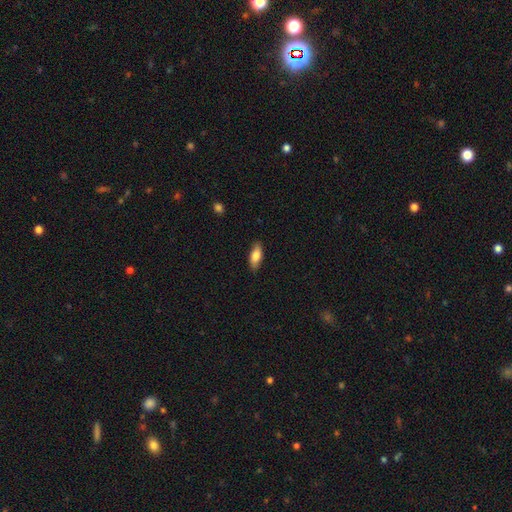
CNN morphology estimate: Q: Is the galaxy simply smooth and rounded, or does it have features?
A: smooth — 79%.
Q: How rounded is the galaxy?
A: in between — 78%.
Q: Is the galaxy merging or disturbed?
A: none — 85%.